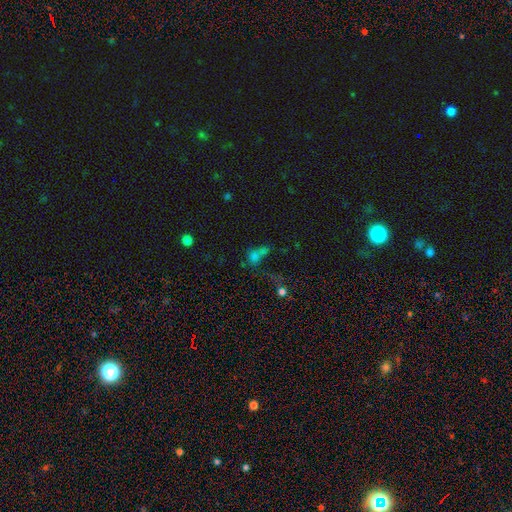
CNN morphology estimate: smooth 61%, star or artifact 25%, featured or disk 14%. Down the decision tree: how rounded — round (49%); merging — merger (47%).